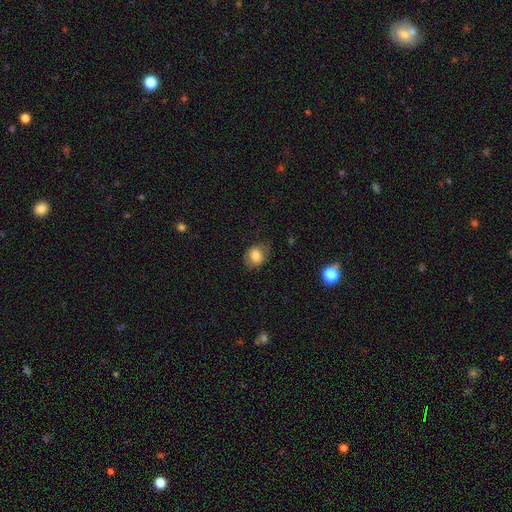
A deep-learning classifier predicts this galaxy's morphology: Smooth or featured: smooth — 78% (featured or disk — 13%)
How rounded: in between — 50% (round — 49%)
Merging: none — 70% (minor disturbance — 21%)